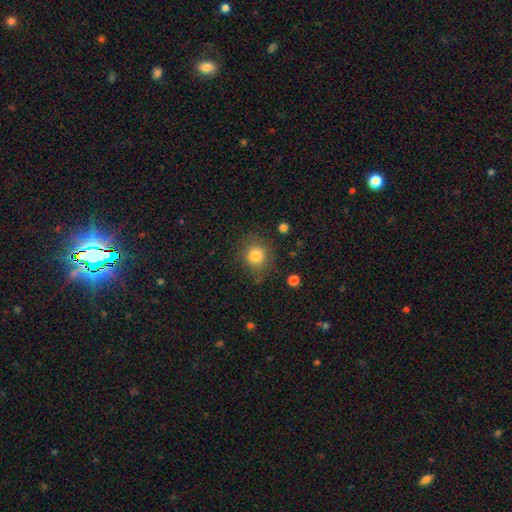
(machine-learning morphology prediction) Smooth or featured?
  - smooth: 81% *
  - star or artifact: 11%
  - featured or disk: 8%
How rounded?
  - round: 84% *
  - in between: 15%
  - cigar-shaped: 1%
Merging?
  - none: 78% *
  - minor disturbance: 15%
  - major disturbance: 5%
  - merger: 2%